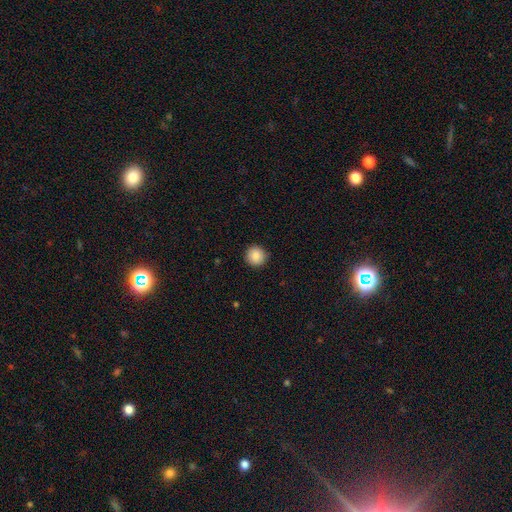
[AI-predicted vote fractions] smooth 88%, star or artifact 8%, featured or disk 4%. Down the decision tree: how rounded — round (94%); merging — none (91%).